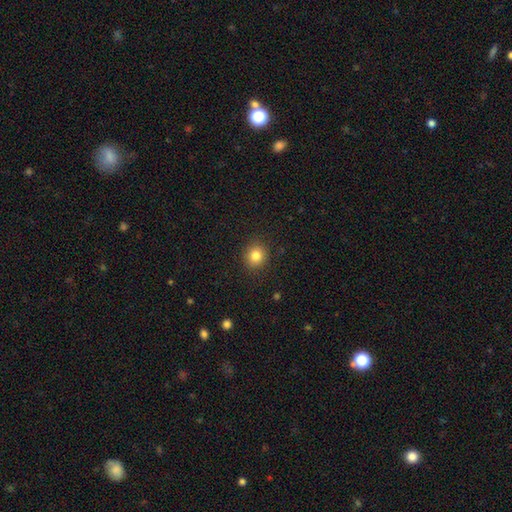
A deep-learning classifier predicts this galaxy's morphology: Smooth or featured? smooth (83%)
How rounded? round (84%)
Merging? none (90%)